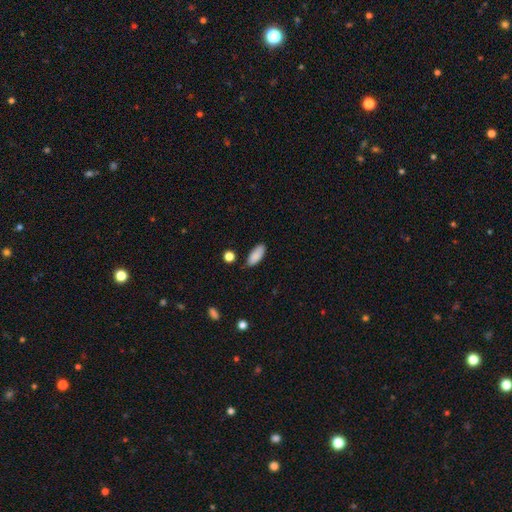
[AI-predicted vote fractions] The model was most divided on "how rounded": in between: 83%, cigar-shaped: 15%, round: 2%. More confident: smooth or featured — smooth (88%); merging — none (81%).